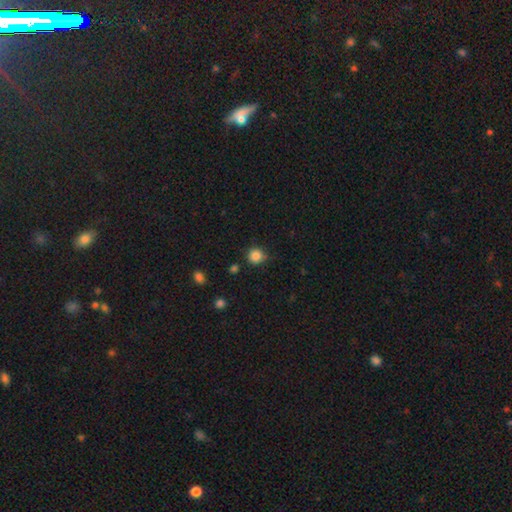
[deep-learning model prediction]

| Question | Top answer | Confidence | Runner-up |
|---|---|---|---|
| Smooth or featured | smooth | 85% | star or artifact (11%) |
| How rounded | round | 90% | in between (9%) |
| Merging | none | 77% | minor disturbance (16%) |